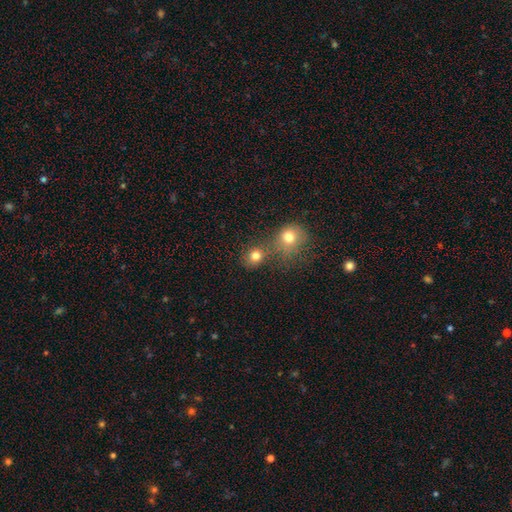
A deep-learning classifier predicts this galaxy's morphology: Smooth or featured? Predicted: smooth (p=0.79). How rounded? Predicted: round (p=0.75). Merging? Predicted: none (p=0.50).